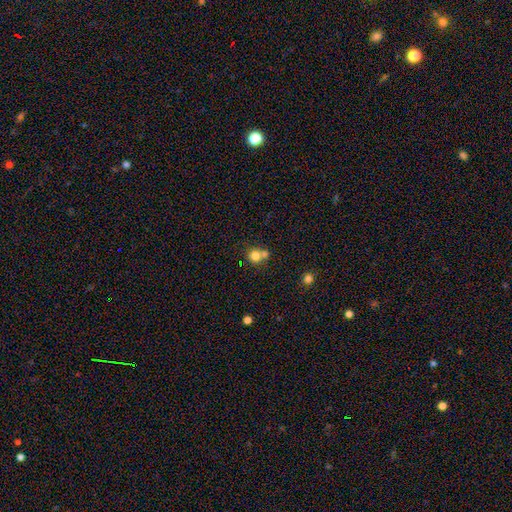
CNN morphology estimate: Smooth or featured: smooth — 79% (star or artifact — 12%)
How rounded: round — 89% (in between — 10%)
Merging: none — 48% (merger — 41%)